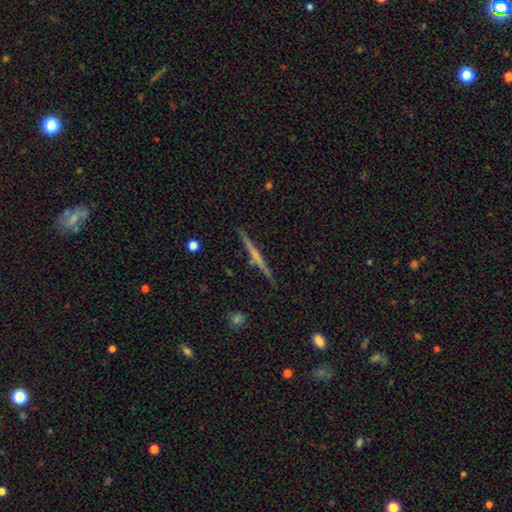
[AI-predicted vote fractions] Smooth or featured: featured or disk — 62% (smooth — 32%)
Edge-on disk: yes — 98% (no — 2%)
Edge-on bulge: none — 73% (rounded — 18%)
Merging: none — 89% (minor disturbance — 7%)